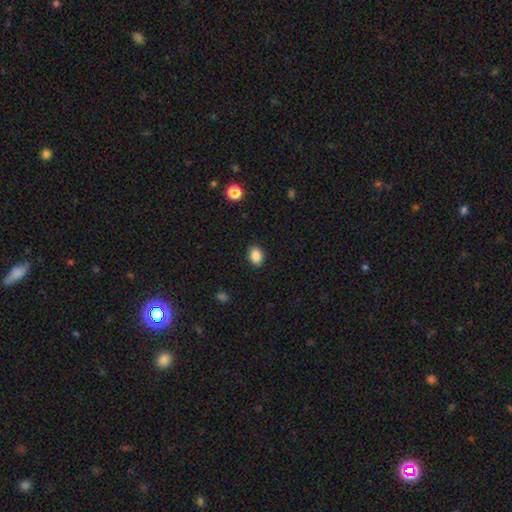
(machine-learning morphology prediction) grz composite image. It shows a smooth galaxy with no disk features (87%) that is in between round and cigar-shaped (70%). Merging: none (88%).